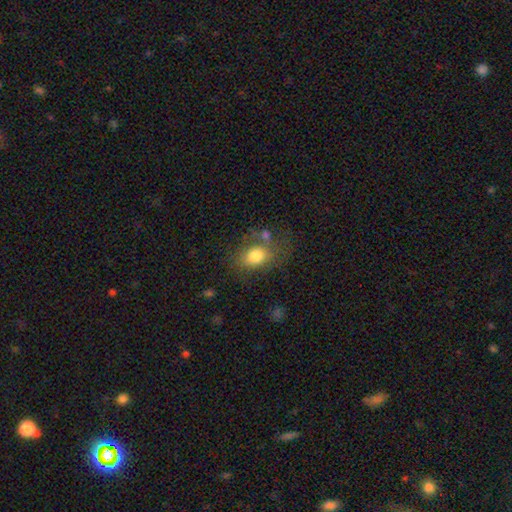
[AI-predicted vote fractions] Smooth or featured?
  - smooth: 79% *
  - featured or disk: 12%
  - star or artifact: 10%
How rounded?
  - in between: 63% *
  - round: 35%
  - cigar-shaped: 1%
Merging?
  - none: 59% *
  - minor disturbance: 20%
  - merger: 11%
  - major disturbance: 10%